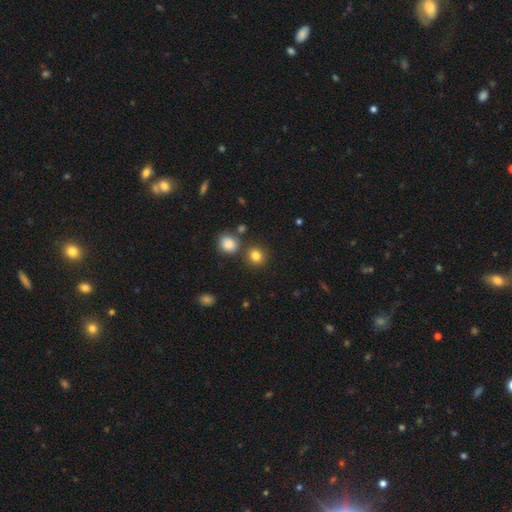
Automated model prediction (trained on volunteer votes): smooth-or-featured: smooth: 83% | star or artifact: 12% | featured or disk: 5%
  how-rounded: round: 88% | in between: 11% | cigar-shaped: 1%
  merging: none: 82% | merger: 8% | minor disturbance: 7% | major disturbance: 3%